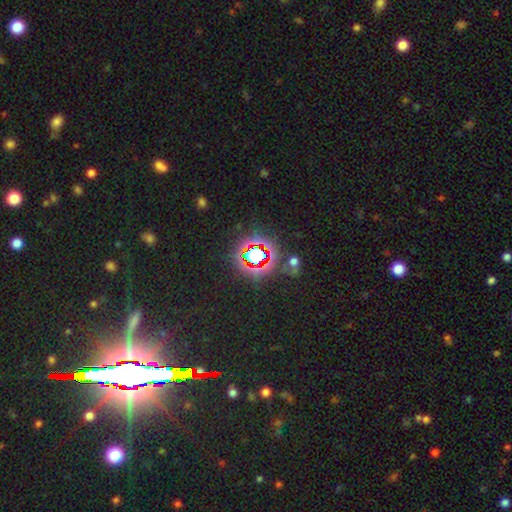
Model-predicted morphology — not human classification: Q: Smooth or featured?
A: star or artifact (73%); runner-up: smooth (17%)